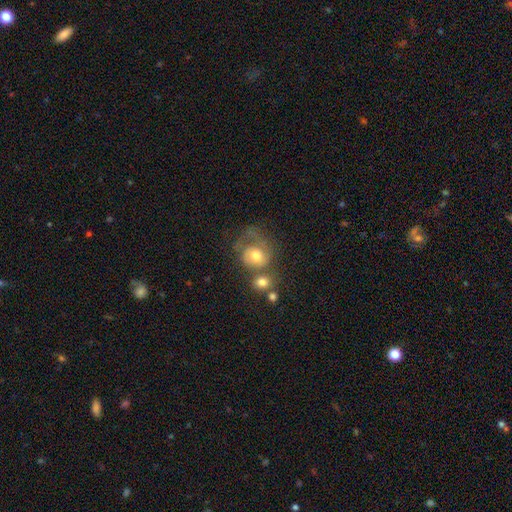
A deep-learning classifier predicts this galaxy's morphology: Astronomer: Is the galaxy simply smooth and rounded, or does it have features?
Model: smooth — 53% (runner-up: featured or disk, 39%).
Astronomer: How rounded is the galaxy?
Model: round — 69%.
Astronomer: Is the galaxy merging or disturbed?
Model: none — 30% (runner-up: major disturbance, 28%).